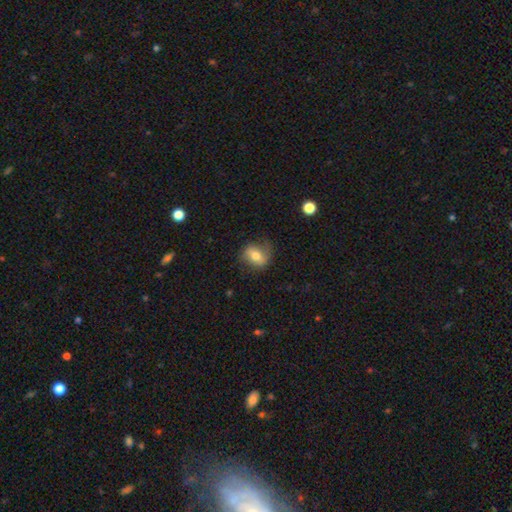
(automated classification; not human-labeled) This appears to be a smooth galaxy with no disk features (58%) that is in between round and cigar-shaped (61%). Merging: none (62%).